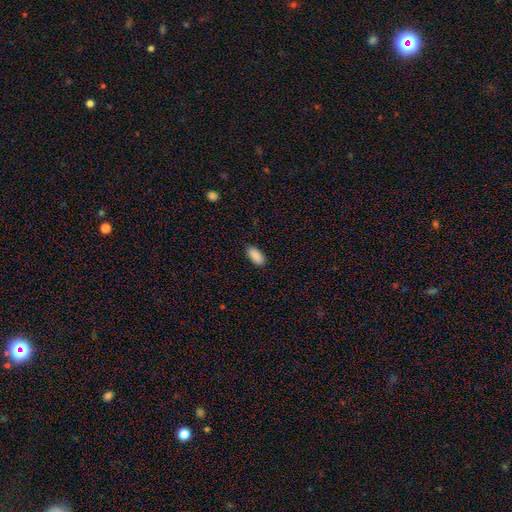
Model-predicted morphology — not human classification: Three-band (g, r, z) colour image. It shows a smooth galaxy with no disk features (90%) that is in between round and cigar-shaped (90%). Merging: none (88%).